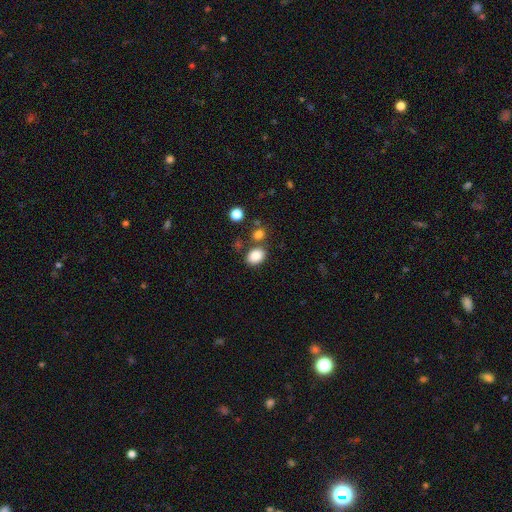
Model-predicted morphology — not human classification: Smooth or featured?
  - smooth: 85% *
  - star or artifact: 10%
  - featured or disk: 5%
How rounded?
  - in between: 67% *
  - round: 32%
  - cigar-shaped: 1%
Merging?
  - none: 72% *
  - minor disturbance: 12%
  - merger: 12%
  - major disturbance: 4%